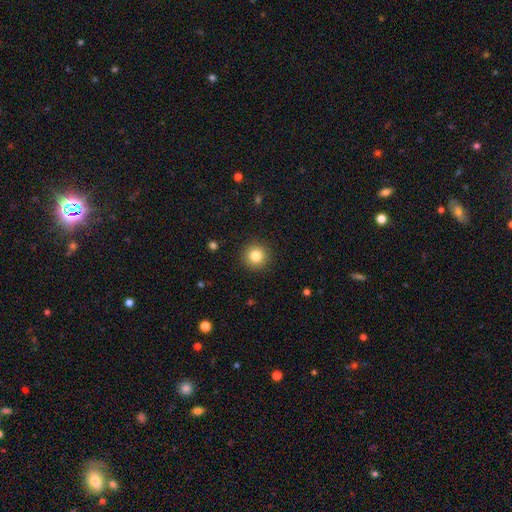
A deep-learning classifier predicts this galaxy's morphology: smooth-or-featured: smooth: 82% | star or artifact: 10% | featured or disk: 7%
  how-rounded: round: 95% | in between: 4% | cigar-shaped: 1%
  merging: none: 91% | minor disturbance: 6% | major disturbance: 2% | merger: 1%